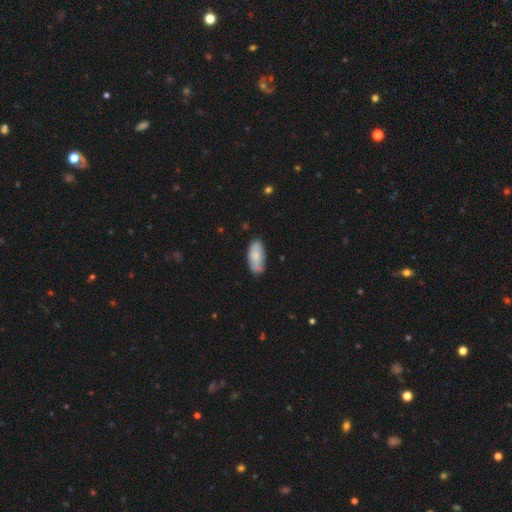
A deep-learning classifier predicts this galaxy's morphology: type=smooth (76%); roundness=in between (89%); merging=none (75%).